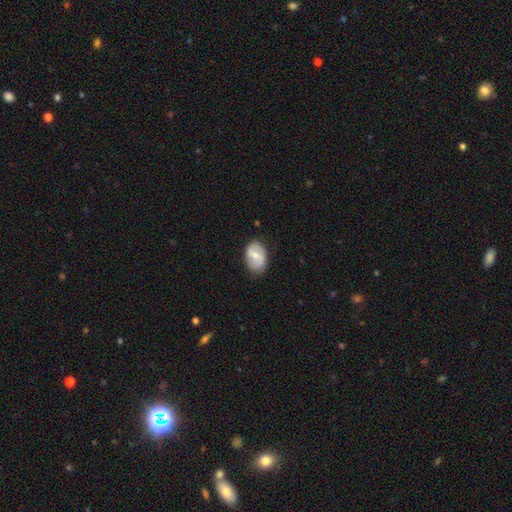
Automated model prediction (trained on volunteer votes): Smooth or featured?
  - smooth: 49% *
  - featured or disk: 45%
  - star or artifact: 6%
Merging?
  - none: 78% *
  - minor disturbance: 17%
  - major disturbance: 4%
  - merger: 1%